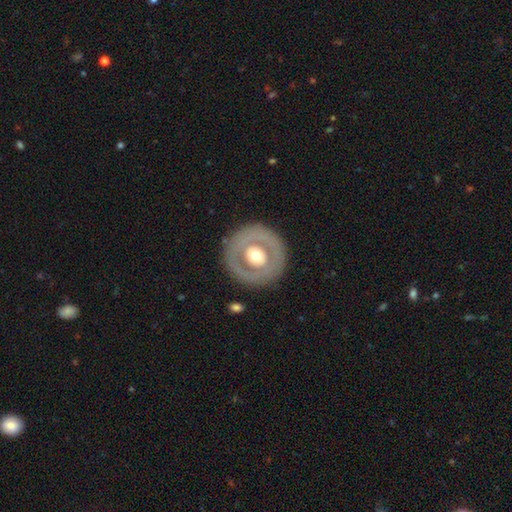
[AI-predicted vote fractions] Overall: featured or disk (57%; smooth 38%). Edge-on disk: no (95%). Bar: no (83%). Spiral arms: no (88%). Bulge size: moderate (69%). Merging: none (85%).